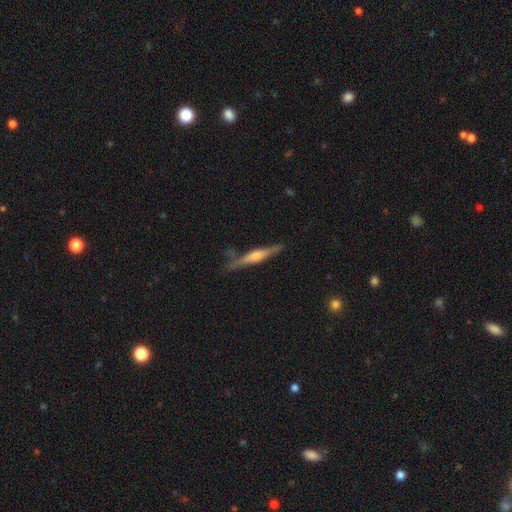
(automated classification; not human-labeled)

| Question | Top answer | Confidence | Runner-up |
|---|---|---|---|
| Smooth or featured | featured or disk | 74% | smooth (20%) |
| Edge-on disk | yes | 97% | no (3%) |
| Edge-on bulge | rounded | 79% | boxy (12%) |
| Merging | none | 81% | minor disturbance (13%) |